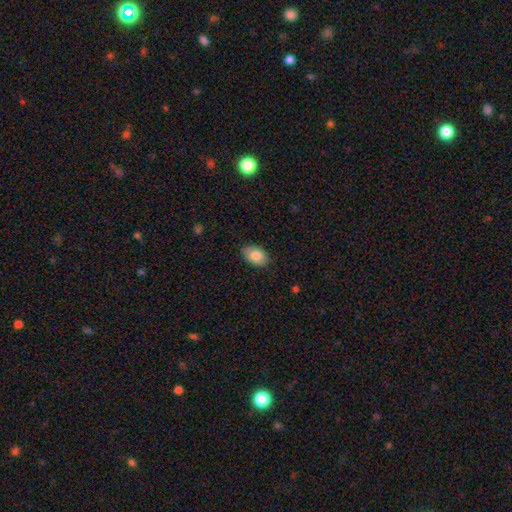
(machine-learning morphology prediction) This appears to be a smooth galaxy with no disk features (81%) that is in between round and cigar-shaped (89%). Merging: none (85%).